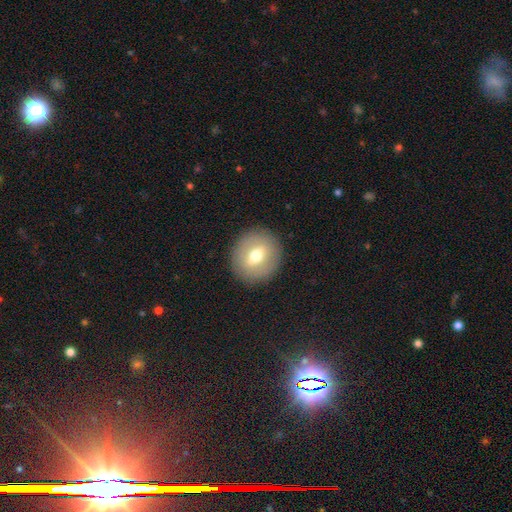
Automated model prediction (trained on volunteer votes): Morphology: type=smooth (56%); roundness=round (80%); merging=none (89%).